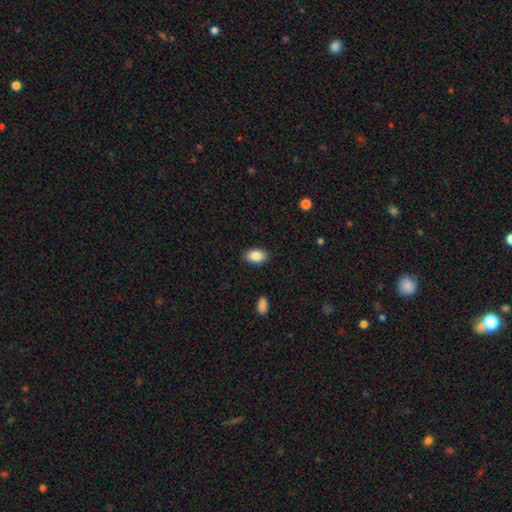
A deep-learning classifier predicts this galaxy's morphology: A smooth galaxy with no disk features (87%) that is in between round and cigar-shaped (91%).

Vote fractions:
- Smooth or featured? smooth: 87% / star or artifact: 7% / featured or disk: 5%
- How rounded? in between: 91% / round: 8% / cigar-shaped: 1%
- Merging? none: 88% / minor disturbance: 9% / major disturbance: 2% / merger: 1%